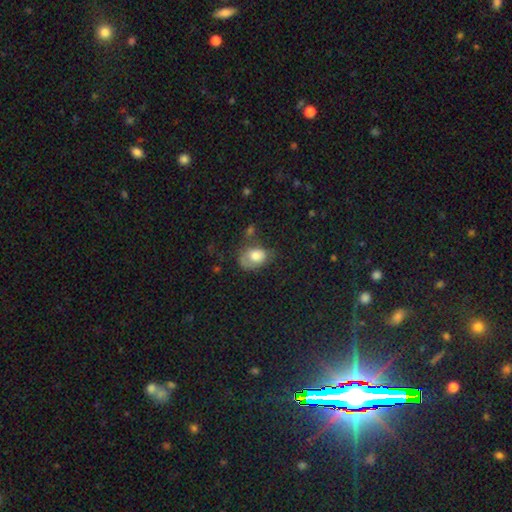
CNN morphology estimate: The model was most divided on "merging": none: 39%, minor disturbance: 32%, major disturbance: 21%, merger: 7%. More confident: how rounded — in between (74%); smooth or featured — smooth (74%).